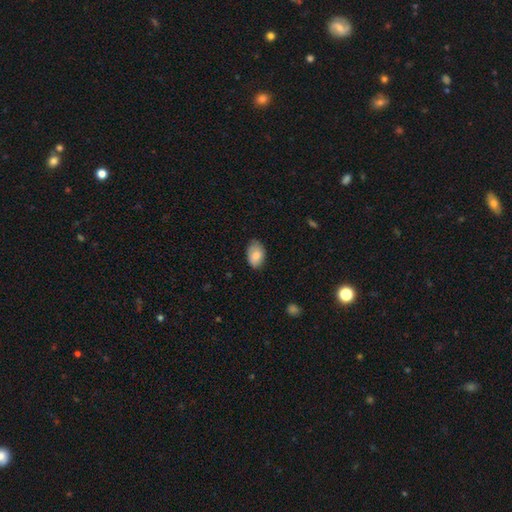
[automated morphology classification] A smooth galaxy with no disk features (82%) that is in between round and cigar-shaped (88%).

Vote fractions:
- Smooth or featured? smooth: 82% / featured or disk: 11% / star or artifact: 7%
- How rounded? in between: 88% / round: 11% / cigar-shaped: 1%
- Merging? none: 76% / minor disturbance: 20% / major disturbance: 3% / merger: 1%